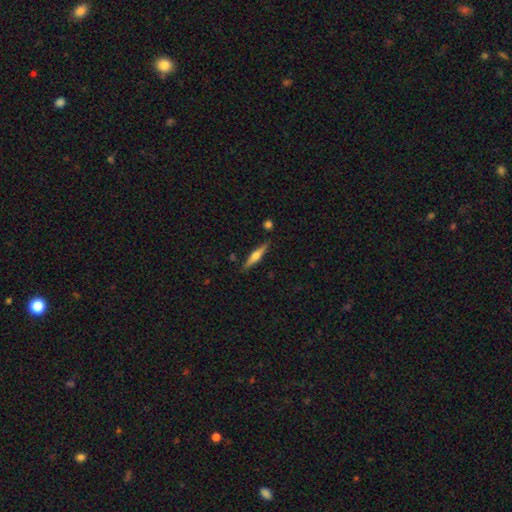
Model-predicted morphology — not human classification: This appears to be a featured or disk galaxy (59%) viewed edge-on (97%) with a rounded central bulge (89%). Merging: none (86%).